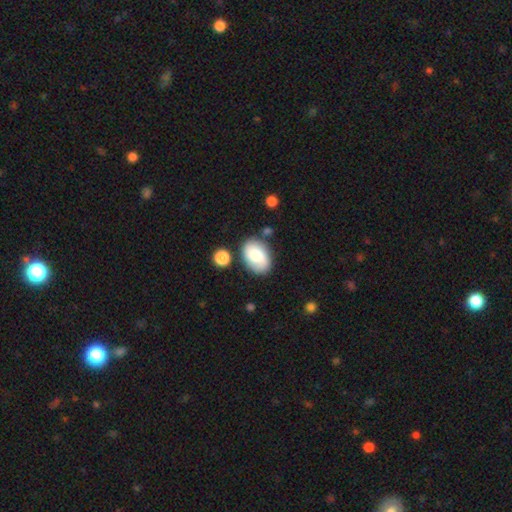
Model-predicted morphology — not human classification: type=smooth (67%); roundness=in between (83%); merging=none (74%).